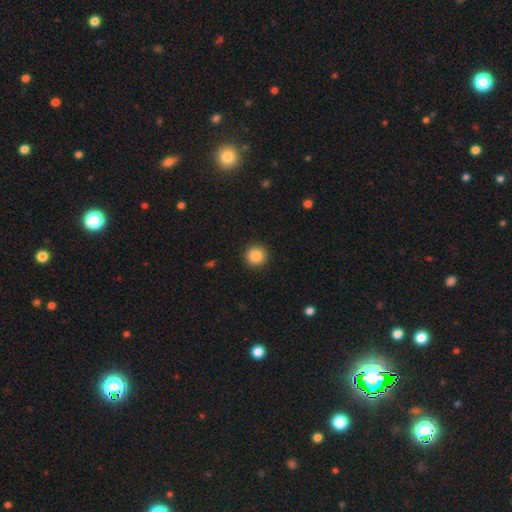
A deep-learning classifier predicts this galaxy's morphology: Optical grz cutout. It shows a smooth galaxy with no disk features (87%) that is round (94%). Merging: none (92%).